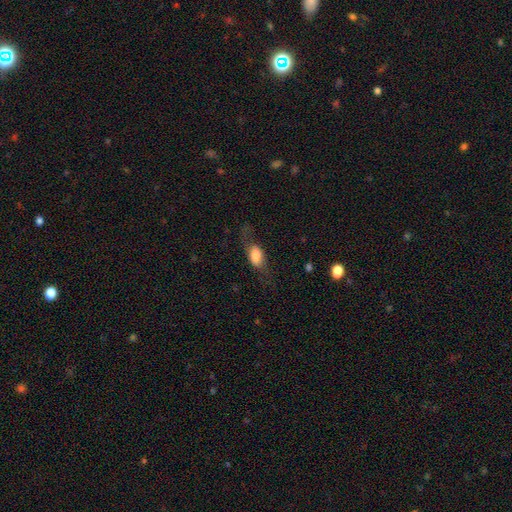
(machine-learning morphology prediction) Smooth or featured? smooth (63%)
How rounded? in between (81%)
Merging? none (54%)